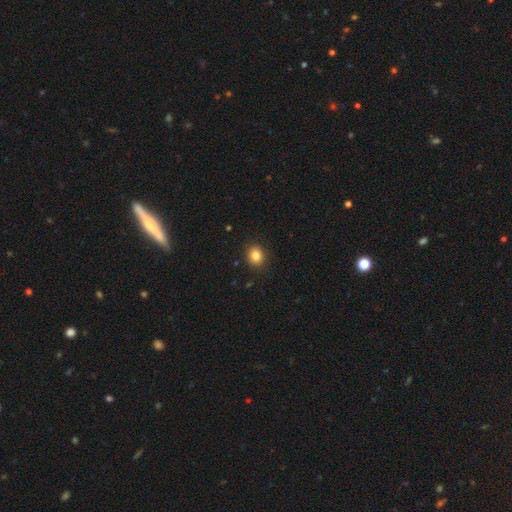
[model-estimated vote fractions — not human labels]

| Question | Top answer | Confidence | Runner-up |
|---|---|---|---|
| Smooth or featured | smooth | 85% | star or artifact (10%) |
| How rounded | round | 67% | in between (32%) |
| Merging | none | 89% | minor disturbance (8%) |